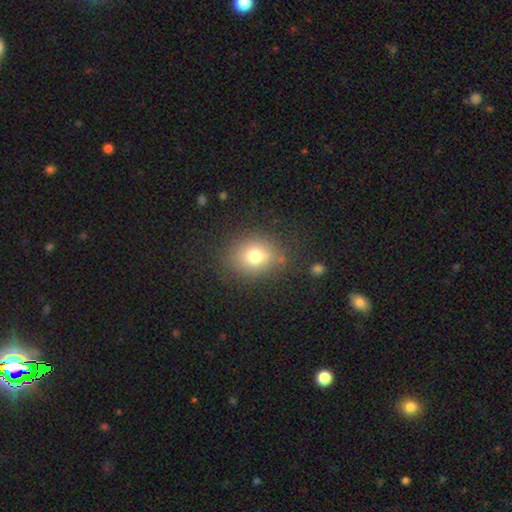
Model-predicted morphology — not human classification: Smooth or featured?
  - smooth: 73% *
  - star or artifact: 16%
  - featured or disk: 11%
How rounded?
  - round: 58% *
  - in between: 41%
  - cigar-shaped: 1%
Merging?
  - none: 83% *
  - minor disturbance: 11%
  - major disturbance: 3%
  - merger: 2%